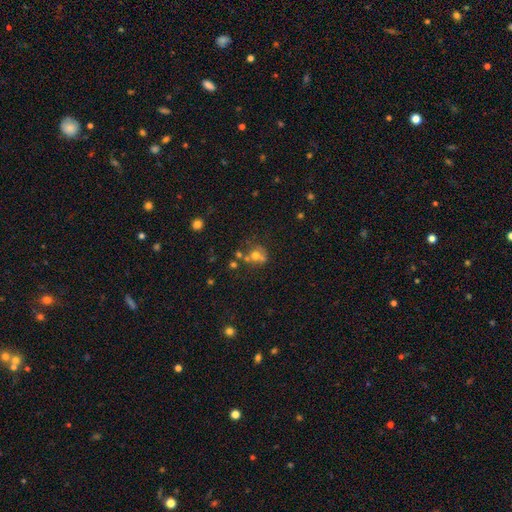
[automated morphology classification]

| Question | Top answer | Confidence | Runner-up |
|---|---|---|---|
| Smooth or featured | smooth | 57% | featured or disk (26%) |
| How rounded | round | 70% | in between (29%) |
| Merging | none | 41% | merger (34%) |